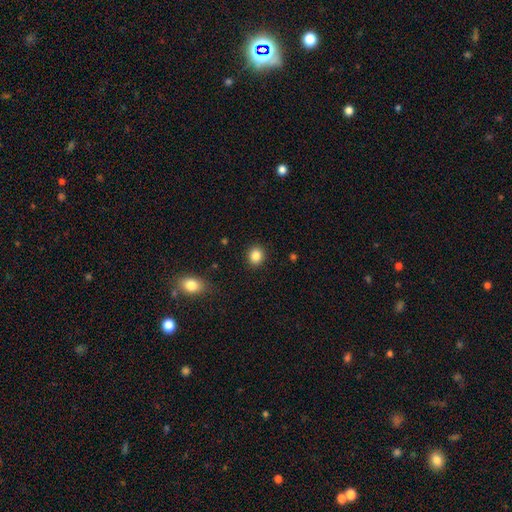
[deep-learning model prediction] This appears to be a smooth galaxy with no disk features (86%) that is round (74%). Merging: none (91%).